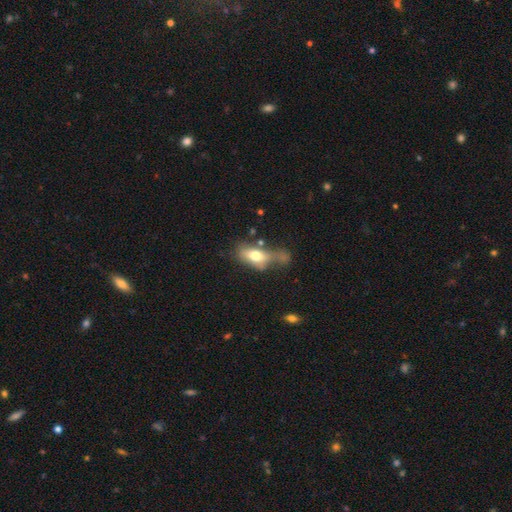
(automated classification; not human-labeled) The model was most divided on "merging": major disturbance: 28%, none: 26%, merger: 25%, minor disturbance: 21%. More confident: how rounded — in between (80%); smooth or featured — smooth (66%).